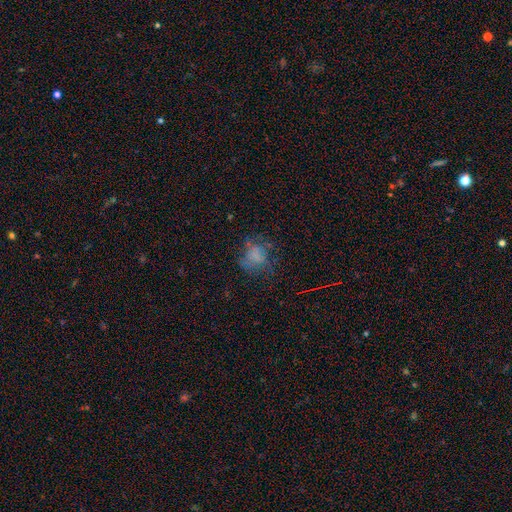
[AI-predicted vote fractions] Overall: smooth (53%; featured or disk 28%). How rounded: round (60%; in between 39%). Merging: none (51%; major disturbance 24%).